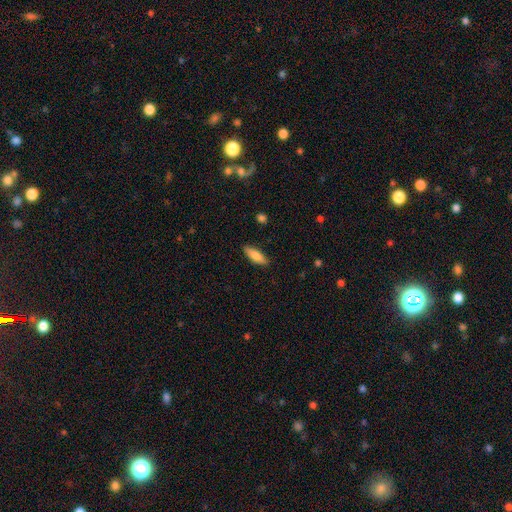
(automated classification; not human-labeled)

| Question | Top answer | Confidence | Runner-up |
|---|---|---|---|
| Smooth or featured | smooth | 80% | featured or disk (14%) |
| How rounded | in between | 51% | cigar-shaped (48%) |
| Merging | none | 86% | minor disturbance (10%) |